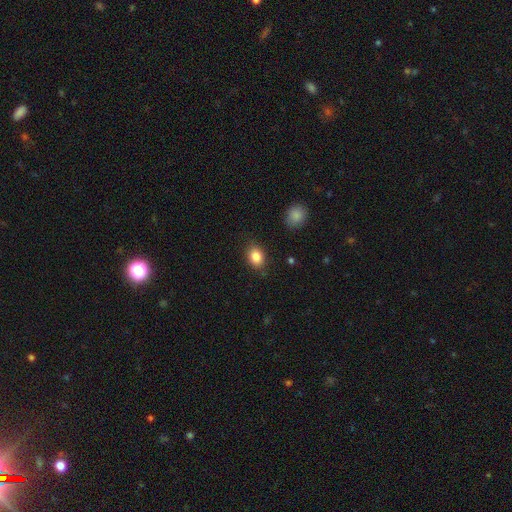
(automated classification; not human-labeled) The model was most divided on "how rounded": in between: 65%, round: 34%, cigar-shaped: 1%. More confident: smooth or featured — smooth (85%); merging — none (84%).